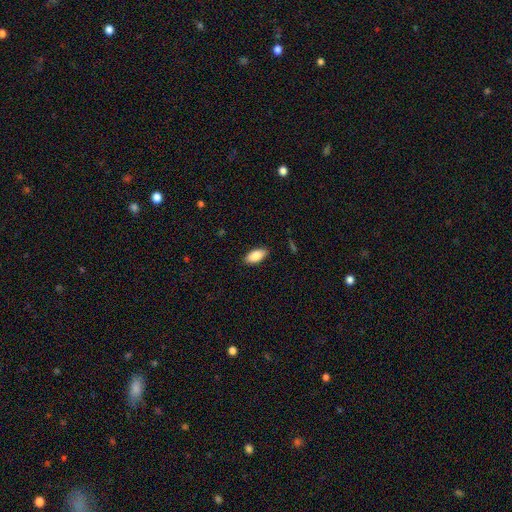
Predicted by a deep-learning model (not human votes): smooth-or-featured: smooth: 87% | featured or disk: 7% | star or artifact: 6%
  how-rounded: in between: 91% | cigar-shaped: 7% | round: 2%
  merging: none: 88% | minor disturbance: 9% | major disturbance: 2% | merger: 1%